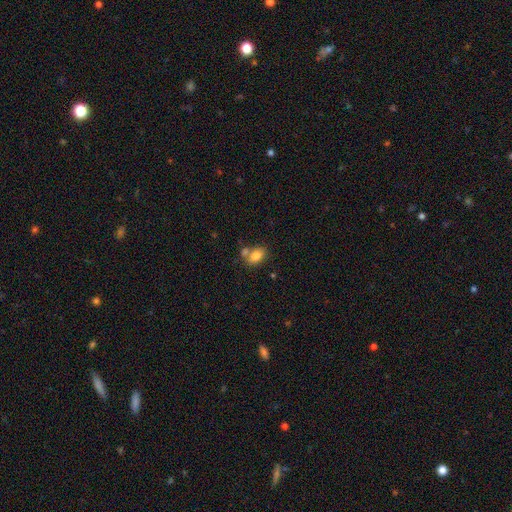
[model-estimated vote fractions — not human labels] Overall: smooth (82%). How rounded: in between (81%). Merging: none (54%; merger 29%).